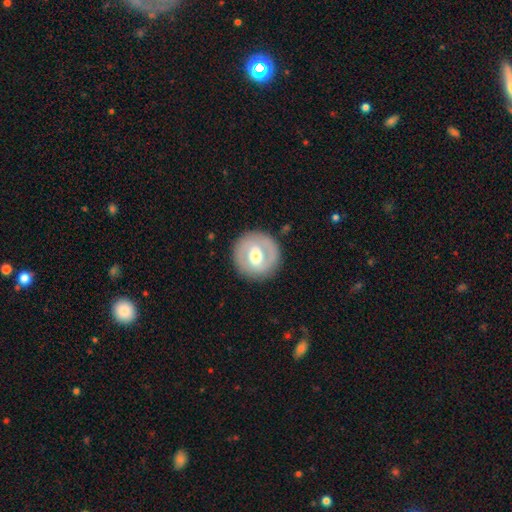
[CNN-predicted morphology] Smooth or featured: featured or disk — 58% (smooth — 36%)
Edge-on disk: no — 97% (yes — 3%)
Bar: weak — 45% (no — 37%)
Spiral arms: yes — 50% (tied with no — 50%)
Bulge size: moderate — 71% (large — 14%)
Merging: none — 86% (minor disturbance — 9%)